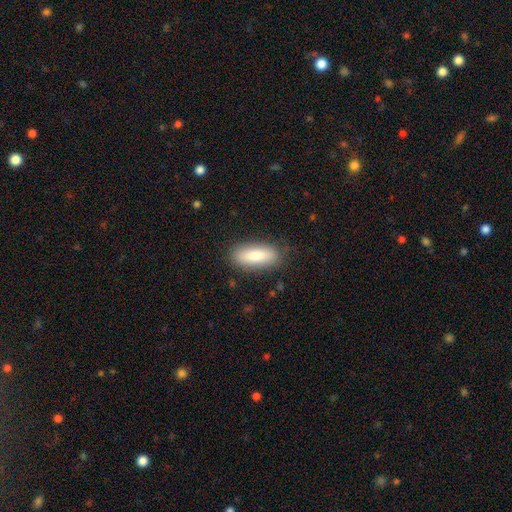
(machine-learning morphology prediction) Smooth or featured?
  - smooth: 82% *
  - featured or disk: 11%
  - star or artifact: 6%
How rounded?
  - in between: 73% *
  - cigar-shaped: 25%
  - round: 2%
Merging?
  - none: 83% *
  - minor disturbance: 12%
  - major disturbance: 3%
  - merger: 1%